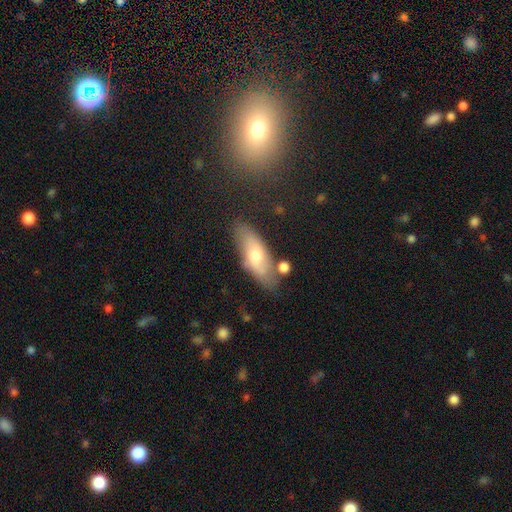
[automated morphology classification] Smooth or featured: smooth — 57% (featured or disk — 36%)
How rounded: in between — 70% (cigar-shaped — 27%)
Merging: none — 70% (minor disturbance — 18%)